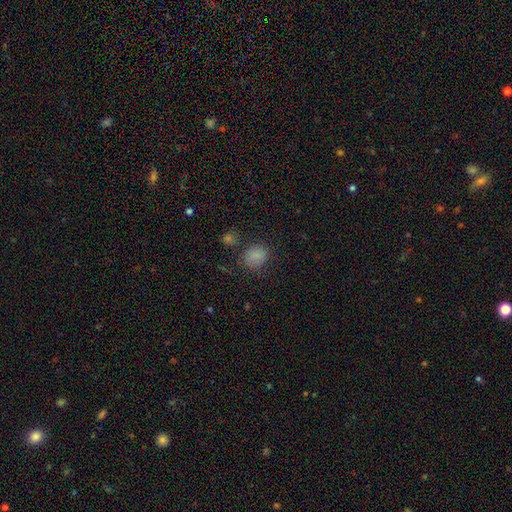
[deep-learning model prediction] smooth 80%, star or artifact 14%, featured or disk 5%. Down the decision tree: how rounded — round (59%); merging — none (73%).